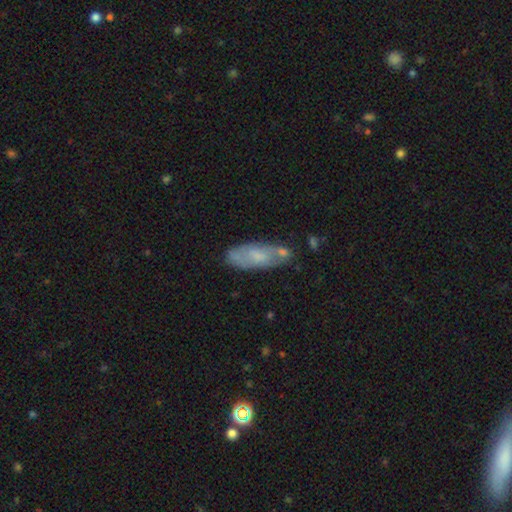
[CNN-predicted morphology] type=smooth (52%); roundness=in between (66%); merging=none (61%).